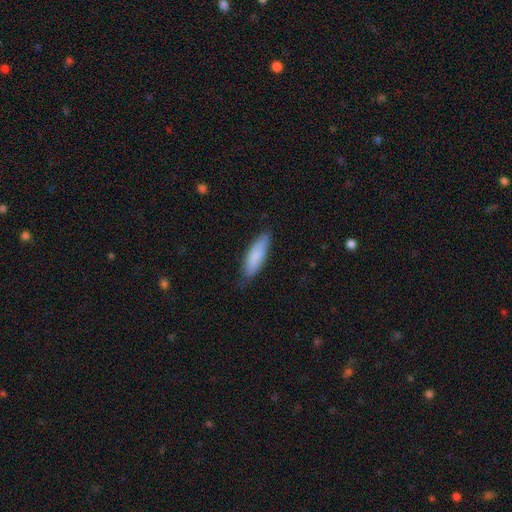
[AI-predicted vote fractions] This is clearly a smooth galaxy (83%). How rounded: possibly cigar-shaped (52%). Merging: likely none (75%).